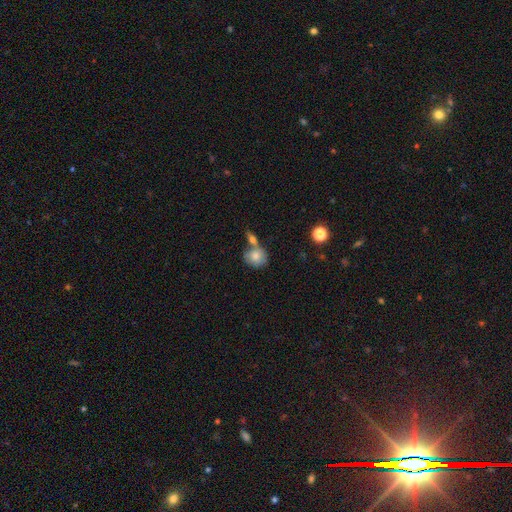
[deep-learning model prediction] smooth_or_featured: smooth (p=0.77) [alt: featured or disk p=0.15]
how_rounded: round (p=0.63) [alt: in between p=0.35]
merging: none (p=0.43) [alt: merger p=0.37]